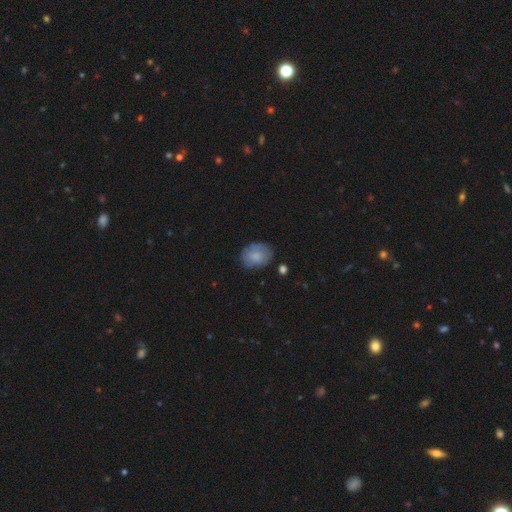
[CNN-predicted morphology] Smooth or featured? Predicted: smooth (p=0.76). How rounded? Predicted: in between (p=0.61). Merging? Predicted: none (p=0.70).